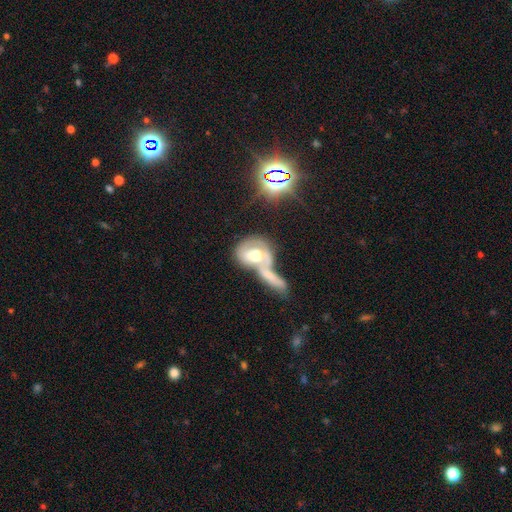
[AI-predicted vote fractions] A featured or disk galaxy (55%).

Vote fractions:
- Smooth or featured? featured or disk: 55% / smooth: 36% / star or artifact: 9%
- Edge-on disk? no: 90% / yes: 10%
- Merging? merger: 62% / none: 17% / major disturbance: 12% / minor disturbance: 9%